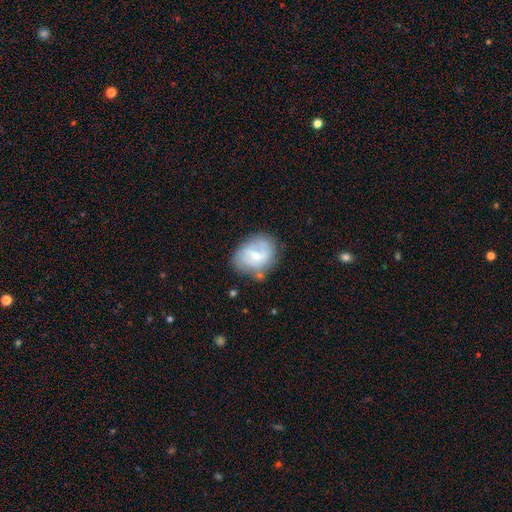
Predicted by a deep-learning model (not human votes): Morphology: type=featured or disk (53%); edge-on=no (97%); bar=weak (48%); spiral arms=yes (71%); bulge=small (57%); merging=none (60%).